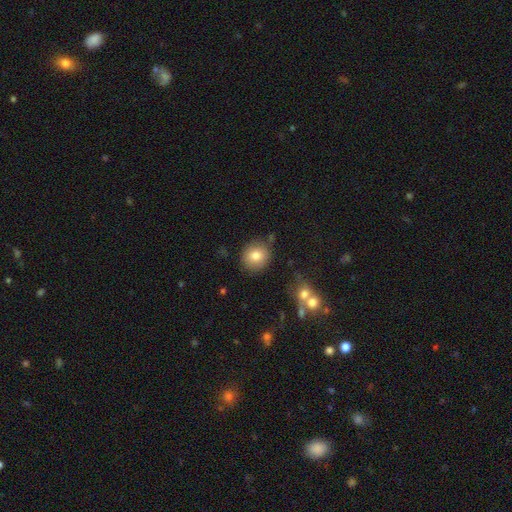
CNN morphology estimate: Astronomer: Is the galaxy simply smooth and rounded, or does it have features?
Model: smooth — 81%.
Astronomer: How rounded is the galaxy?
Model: round — 84%.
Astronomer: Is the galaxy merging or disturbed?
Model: none — 83%.